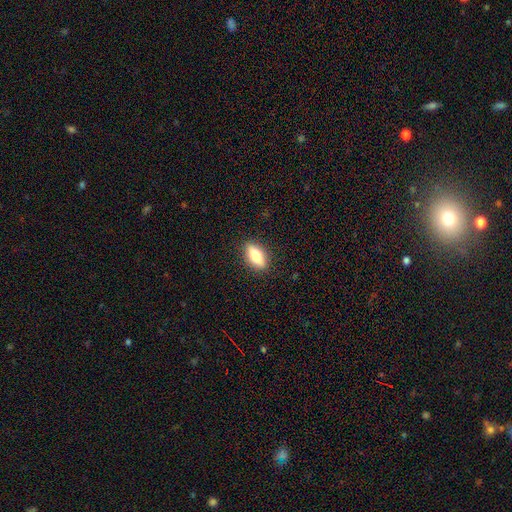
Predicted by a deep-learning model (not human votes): A smooth galaxy with no disk features (64%) that is in between round and cigar-shaped (74%).

Vote fractions:
- Smooth or featured? smooth: 64% / featured or disk: 29% / star or artifact: 7%
- How rounded? in between: 74% / cigar-shaped: 21% / round: 5%
- Merging? none: 88% / minor disturbance: 9% / major disturbance: 2% / merger: 1%